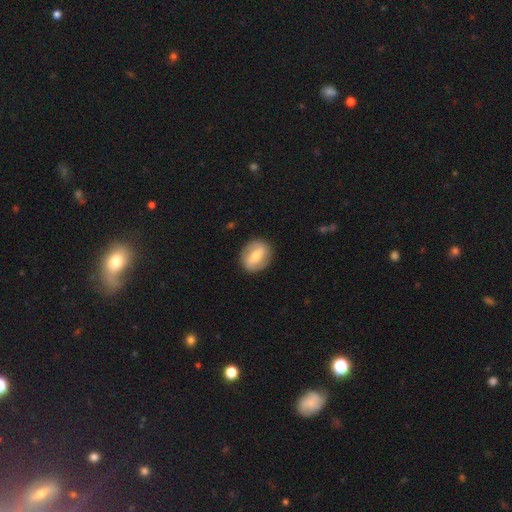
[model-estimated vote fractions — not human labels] Smooth or featured?
  - featured or disk: 50% *
  - smooth: 44%
  - star or artifact: 6%
Merging?
  - none: 87% *
  - minor disturbance: 9%
  - major disturbance: 3%
  - merger: 1%